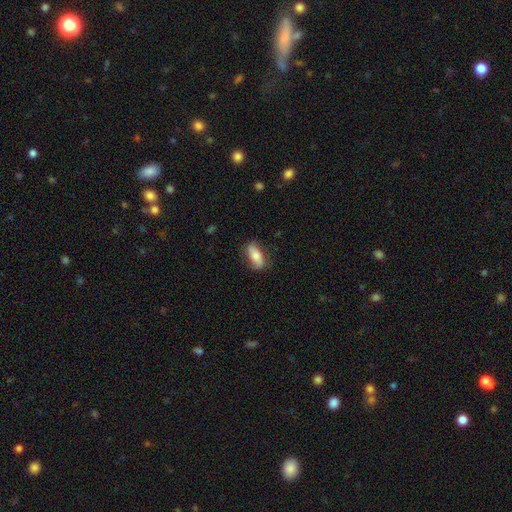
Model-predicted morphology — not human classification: Smooth or featured? Predicted: smooth (p=0.68). How rounded? Predicted: in between (p=0.76). Merging? Predicted: none (p=0.77).